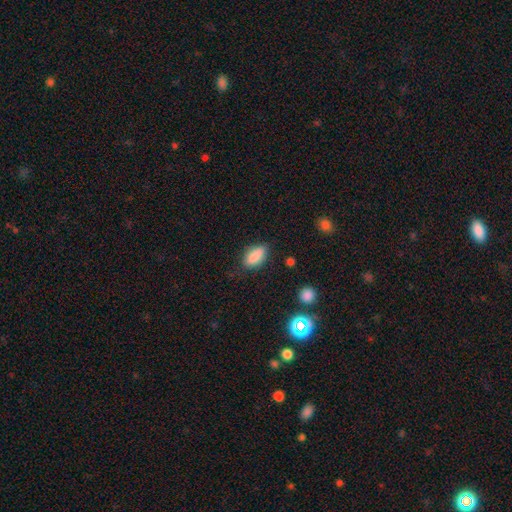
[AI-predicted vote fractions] Smooth or featured? smooth (84%)
How rounded? in between (86%)
Merging? none (72%)